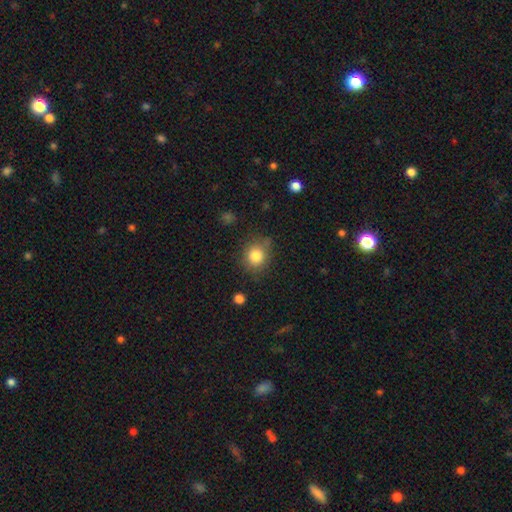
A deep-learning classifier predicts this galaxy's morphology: Smooth or featured? smooth (82%)
How rounded? round (81%)
Merging? none (75%)